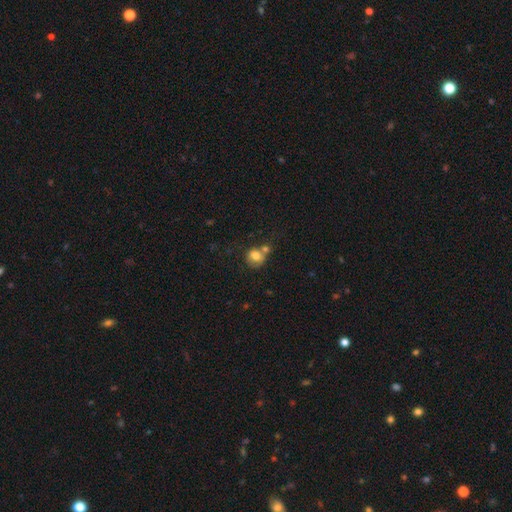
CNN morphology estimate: smooth_or_featured: smooth (p=0.76) [alt: featured or disk p=0.15]
how_rounded: round (p=0.73) [alt: in between p=0.26]
merging: merger (p=0.40) [alt: none p=0.38]